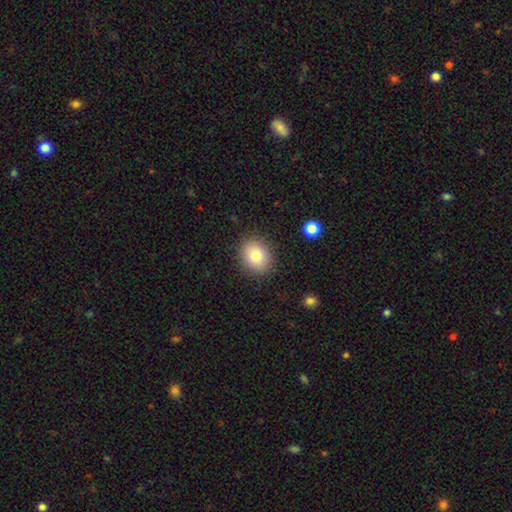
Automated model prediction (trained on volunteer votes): This is clearly a smooth galaxy (81%). How rounded: possibly round (59%). Merging: clearly none (87%).